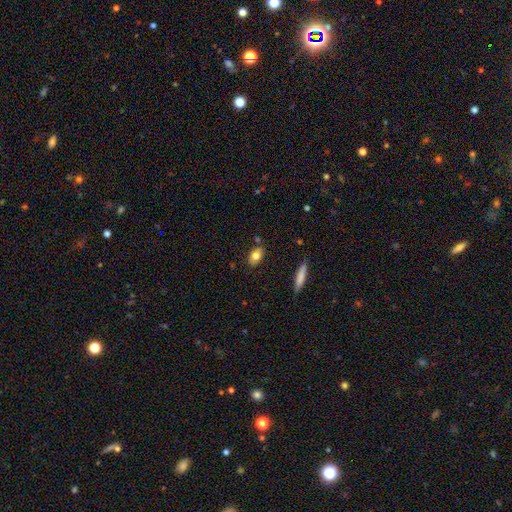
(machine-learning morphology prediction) Smooth or featured? smooth (78%)
How rounded? in between (81%)
Merging? none (81%)